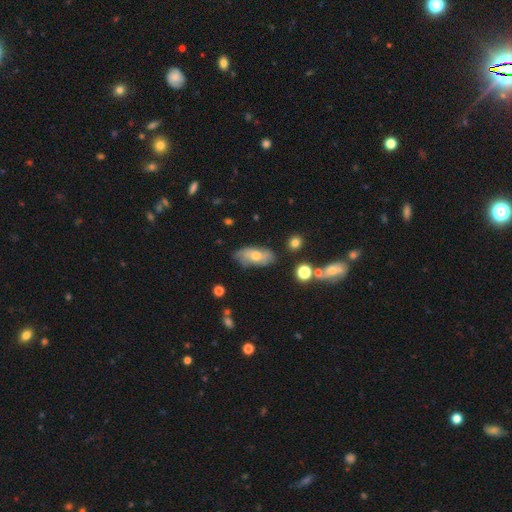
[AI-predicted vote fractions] Smooth or featured? Predicted: smooth (p=0.58). How rounded? Predicted: in between (p=0.86). Merging? Predicted: none (p=0.72).